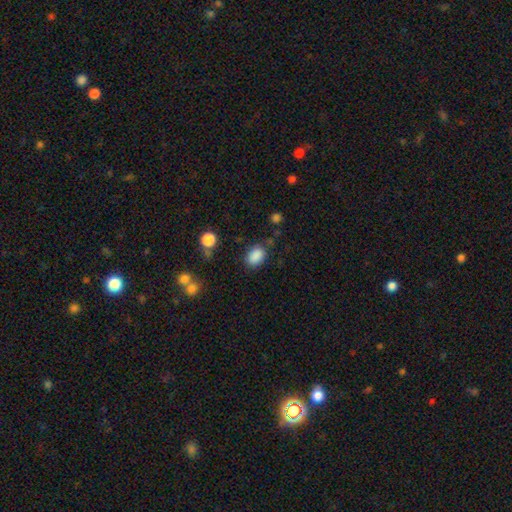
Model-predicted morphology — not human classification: smooth-or-featured: smooth: 87% | star or artifact: 9% | featured or disk: 4%
  how-rounded: in between: 78% | round: 21% | cigar-shaped: 1%
  merging: none: 79% | minor disturbance: 14% | major disturbance: 4% | merger: 3%